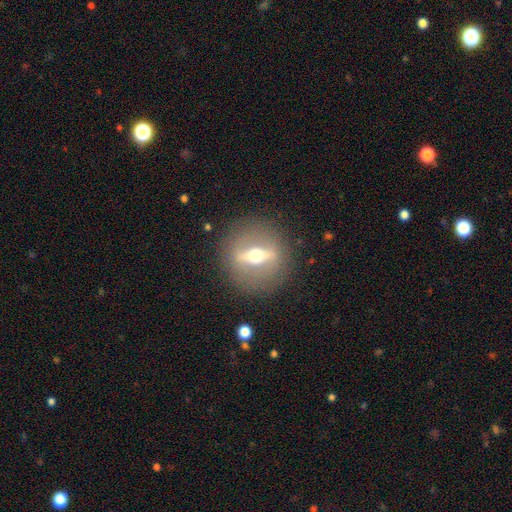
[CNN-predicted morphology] This appears to be a featured or disk galaxy (77%) viewed edge-on (57%). Merging: none (87%).